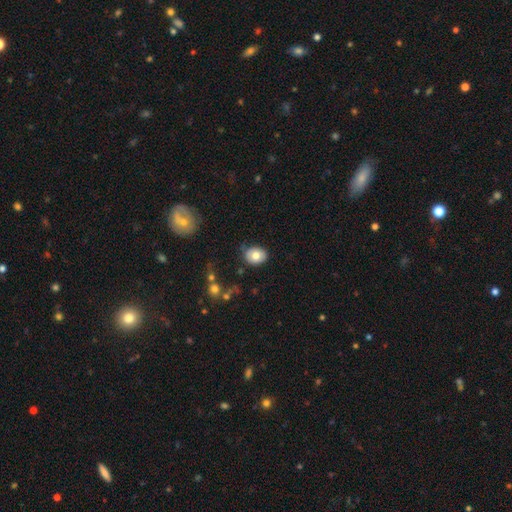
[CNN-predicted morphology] Smooth or featured?
  - smooth: 73% *
  - featured or disk: 19%
  - star or artifact: 8%
How rounded?
  - round: 51% *
  - in between: 48%
  - cigar-shaped: 1%
Merging?
  - none: 74% *
  - minor disturbance: 19%
  - major disturbance: 5%
  - merger: 2%